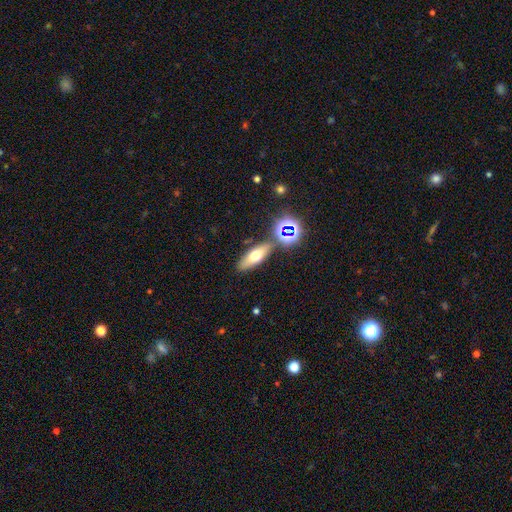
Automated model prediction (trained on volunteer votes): Q: Smooth or featured?
A: smooth (59%); runner-up: featured or disk (25%)
Q: How rounded?
A: in between (53%); runner-up: cigar-shaped (40%)
Q: Merging?
A: none (78%); runner-up: minor disturbance (10%)